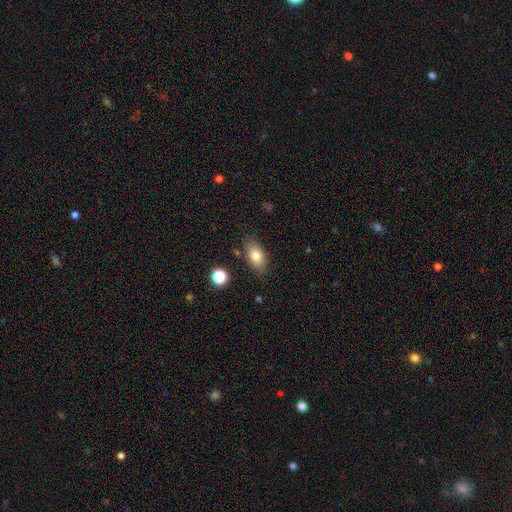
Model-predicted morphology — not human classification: Smooth or featured? smooth (80%)
How rounded? in between (88%)
Merging? none (81%)